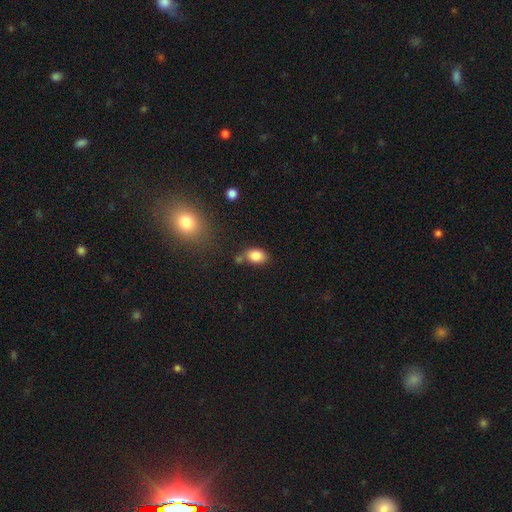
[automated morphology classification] type=smooth (85%); roundness=in between (84%); merging=none (63%).